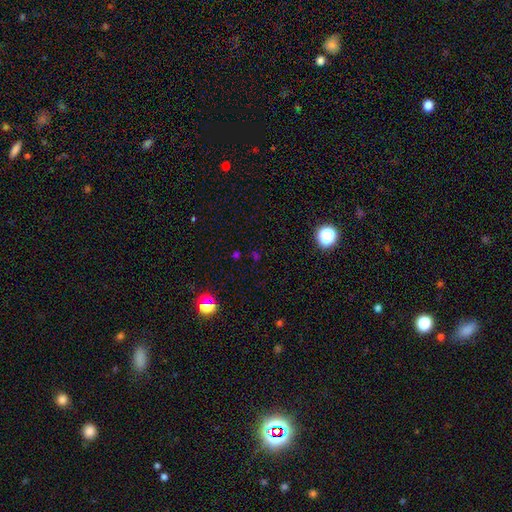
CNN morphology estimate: smooth-or-featured: star or artifact: 60% | smooth: 33% | featured or disk: 7%